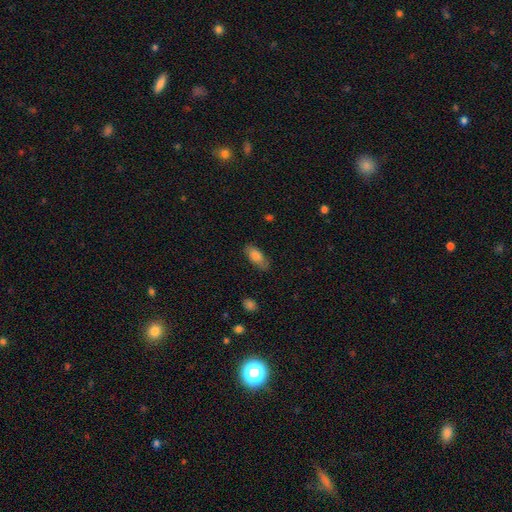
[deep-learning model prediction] Q: Smooth or featured?
A: smooth (81%); runner-up: featured or disk (12%)
Q: How rounded?
A: in between (85%); runner-up: cigar-shaped (13%)
Q: Merging?
A: none (77%); runner-up: minor disturbance (18%)